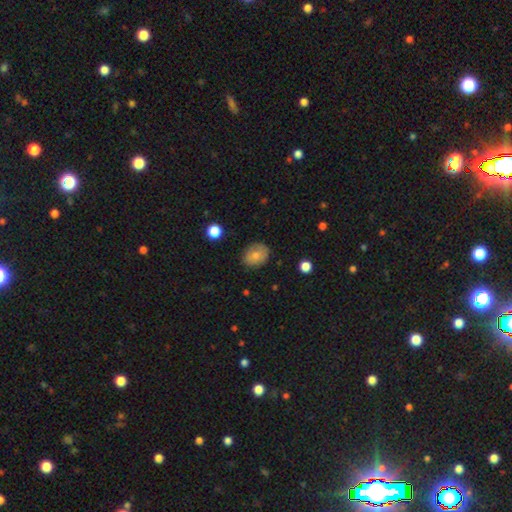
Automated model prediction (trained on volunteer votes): Overall: smooth (77%). How rounded: in between (58%; round 41%). Merging: none (79%).